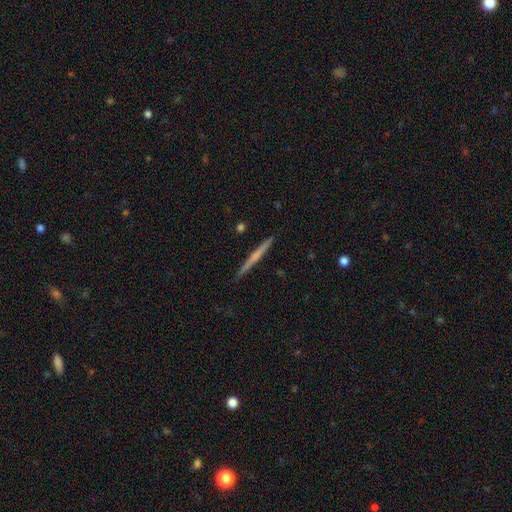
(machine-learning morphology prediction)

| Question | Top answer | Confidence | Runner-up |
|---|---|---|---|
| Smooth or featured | featured or disk | 54% | smooth (40%) |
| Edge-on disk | yes | 98% | no (2%) |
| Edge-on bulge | none | 67% | rounded (27%) |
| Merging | none | 91% | minor disturbance (6%) |